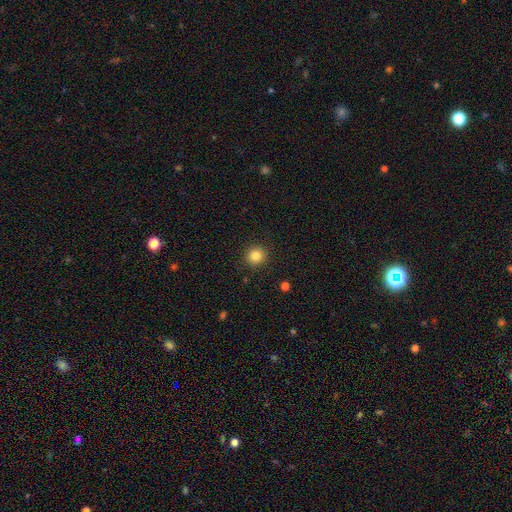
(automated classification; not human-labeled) Smooth or featured? Predicted: smooth (p=0.83). How rounded? Predicted: round (p=0.93). Merging? Predicted: none (p=0.91).